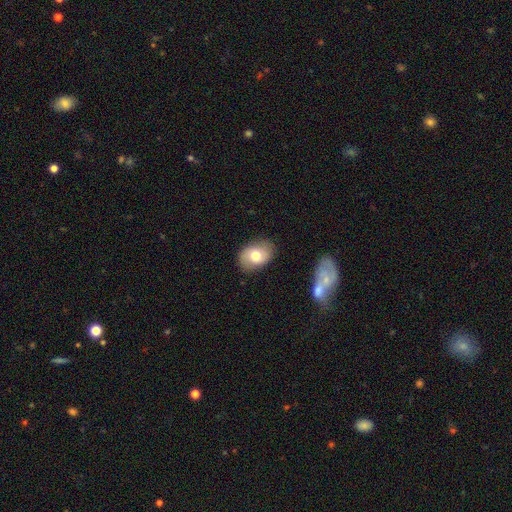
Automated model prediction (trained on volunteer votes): The model was most divided on "smooth or featured": smooth: 69%, featured or disk: 23%, star or artifact: 8%. More confident: merging — none (81%); how rounded — in between (75%).